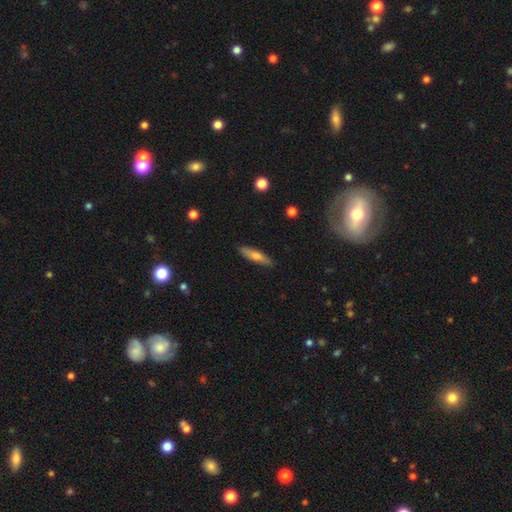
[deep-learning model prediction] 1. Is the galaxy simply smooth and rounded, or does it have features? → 66% smooth, 28% featured or disk, 6% star or artifact.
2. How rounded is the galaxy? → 76% cigar-shaped, 22% in between, 2% round.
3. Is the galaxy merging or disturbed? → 86% none, 11% minor disturbance, 2% major disturbance, 1% merger.